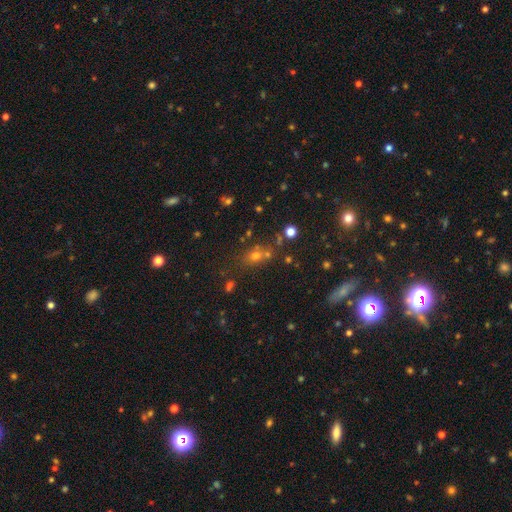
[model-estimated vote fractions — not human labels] The model was most divided on "how rounded": round: 59%, in between: 38%, cigar-shaped: 3%. More confident: merging — none (60%); smooth or featured — smooth (55%).